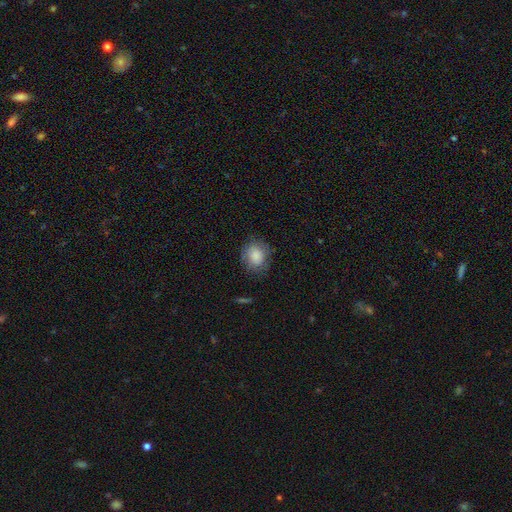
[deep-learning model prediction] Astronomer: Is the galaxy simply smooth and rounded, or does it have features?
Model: smooth — 84%.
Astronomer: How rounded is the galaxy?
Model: round — 62%.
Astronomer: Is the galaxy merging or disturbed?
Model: none — 73%.